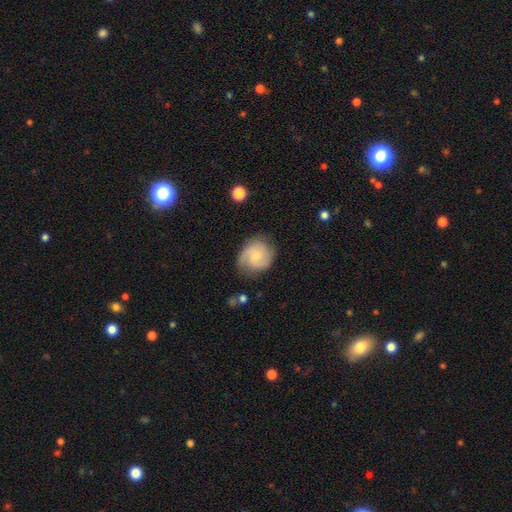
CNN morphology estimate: Smooth or featured? Predicted: featured or disk (p=0.57). Edge-on disk? Predicted: no (p=0.98). Bar? Predicted: no (p=0.61). Spiral arms? Predicted: yes (p=0.90). Spiral winding? Predicted: medium (p=0.44). Spiral arm count? Predicted: 2 (p=0.67). Bulge size? Predicted: small (p=0.53). Merging? Predicted: none (p=0.65).